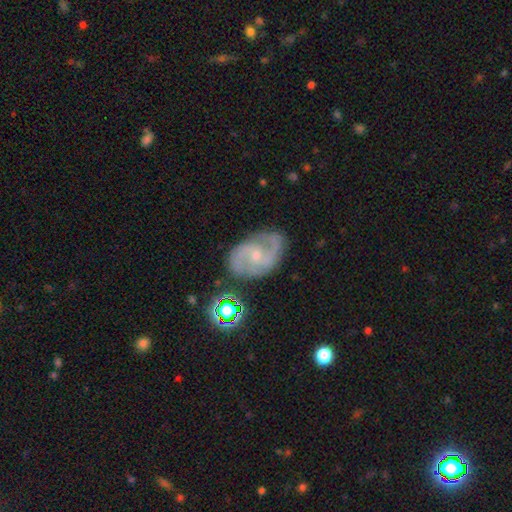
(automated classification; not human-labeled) smooth-or-featured: featured or disk: 85% | smooth: 8% | star or artifact: 7%
  disk-edge-on: no: 97% | yes: 3%
    bar: no: 51% | weak: 41% | strong: 8%
    has-spiral-arms: yes: 96% | no: 4%
      spiral-winding: medium: 56% | tight: 24% | loose: 20%
      spiral-arm-count: 2: 87% | can't tell: 5% | 3: 3% | 1: 2% | 4: 1% | more than 4: 1%
    bulge-size: small: 69% | moderate: 25% | none: 3% | large: 1% | dominant: 1%
  merging: none: 77% | minor disturbance: 16% | major disturbance: 5% | merger: 2%